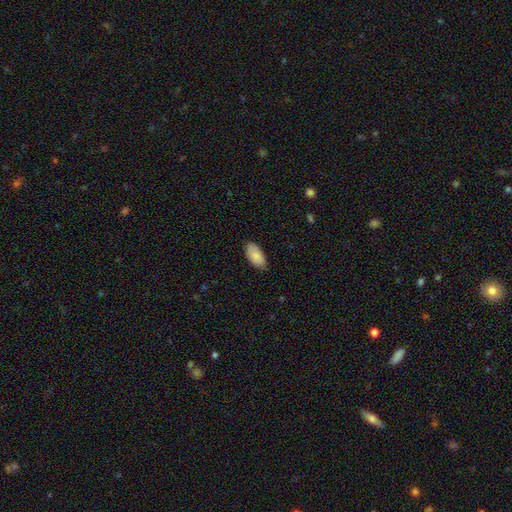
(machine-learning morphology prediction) type=smooth (86%); roundness=in between (95%); merging=none (83%).